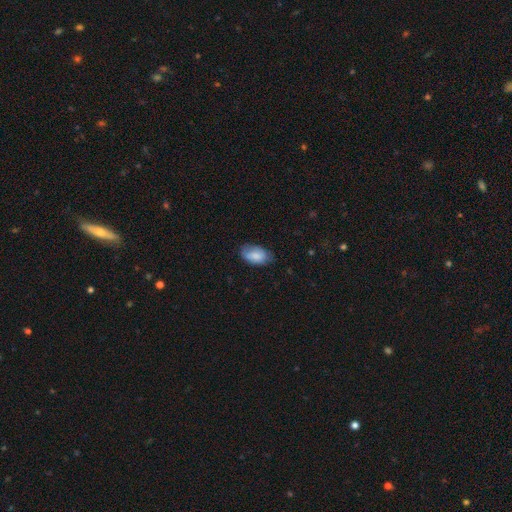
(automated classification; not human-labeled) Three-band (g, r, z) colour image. It shows a smooth galaxy with no disk features (80%) that is in between round and cigar-shaped (93%). Merging: none (64%).